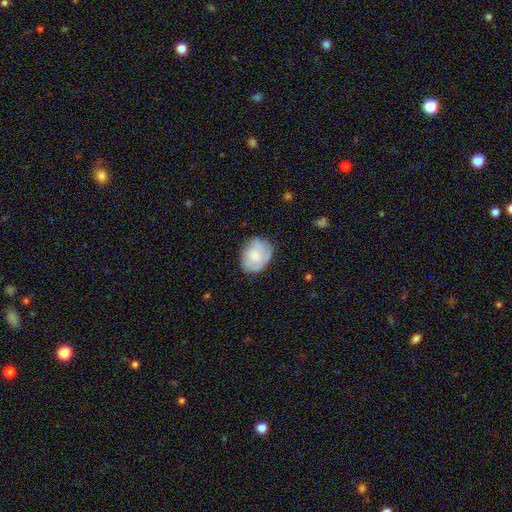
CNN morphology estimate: Overall: smooth (64%; featured or disk 29%). How rounded: round (50%; in between 49%). Merging: none (66%).